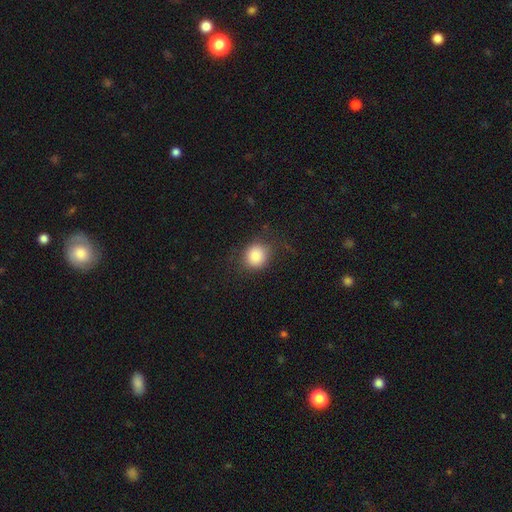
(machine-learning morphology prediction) Overall: smooth (86%). How rounded: round (82%). Merging: none (78%).